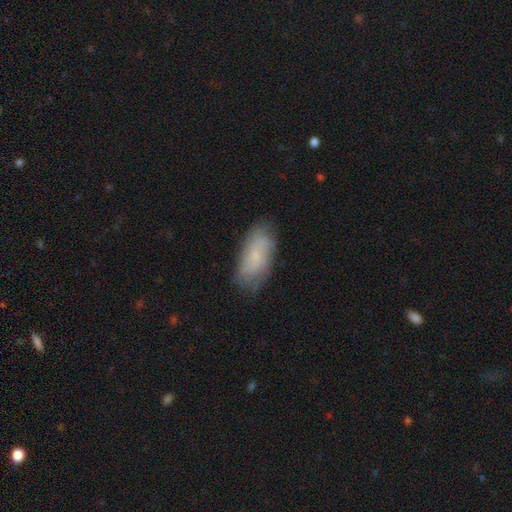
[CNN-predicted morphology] smooth 51%, featured or disk 41%, star or artifact 8%. Down the decision tree: how rounded — in between (87%); merging — none (74%).